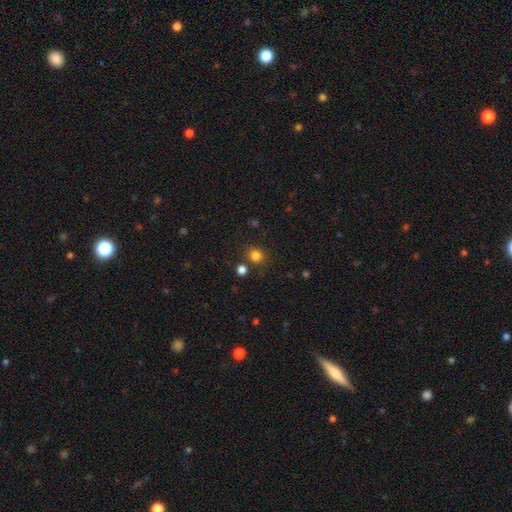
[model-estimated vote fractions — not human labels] Smooth or featured? Predicted: smooth (p=0.81). How rounded? Predicted: round (p=0.88). Merging? Predicted: none (p=0.82).